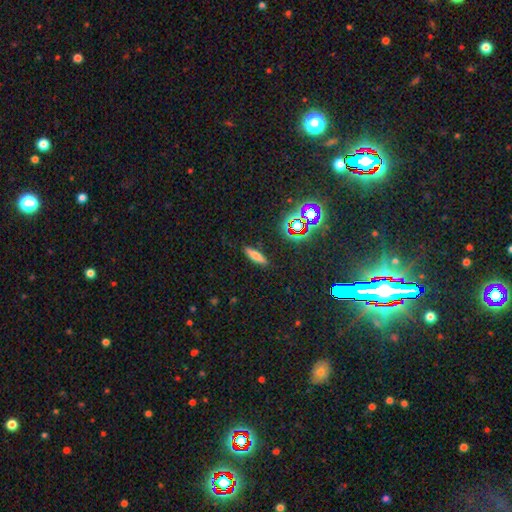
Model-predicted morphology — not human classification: Q: Smooth or featured?
A: smooth (63%); runner-up: featured or disk (20%)
Q: How rounded?
A: cigar-shaped (71%); runner-up: in between (25%)
Q: Merging?
A: none (89%); runner-up: minor disturbance (8%)